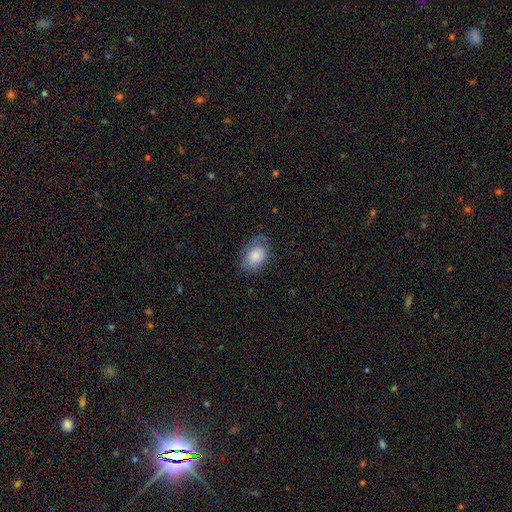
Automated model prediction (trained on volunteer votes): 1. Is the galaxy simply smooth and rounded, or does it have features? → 71% smooth, 21% featured or disk, 8% star or artifact.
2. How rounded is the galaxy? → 79% in between, 20% round, 1% cigar-shaped.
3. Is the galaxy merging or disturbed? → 56% none, 28% minor disturbance, 14% major disturbance, 1% merger.